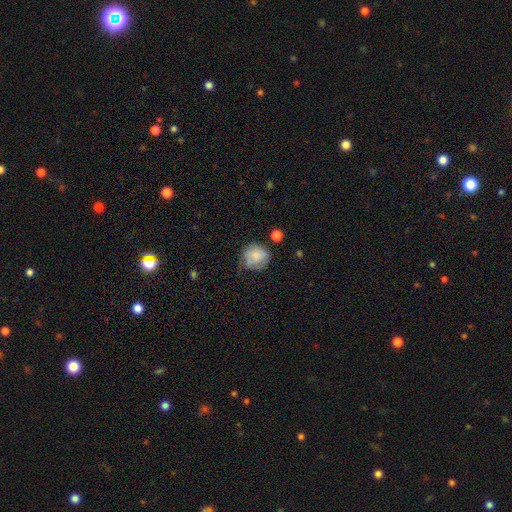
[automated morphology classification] A smooth galaxy with no disk features (75%) that is round (85%). Merging: none (57%).